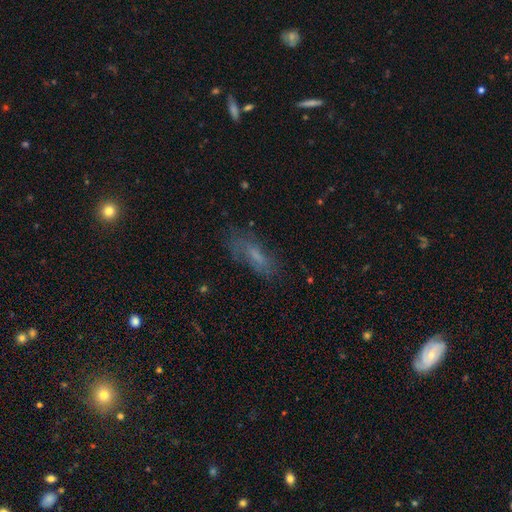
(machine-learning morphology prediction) This appears to be a smooth galaxy with no disk features (53%) that is in between round and cigar-shaped (59%). Merging: none (67%).